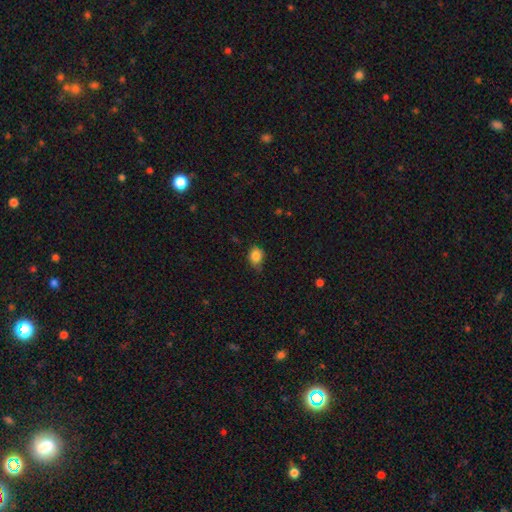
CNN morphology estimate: The model was most divided on "how rounded": round: 50%, in between: 49%, cigar-shaped: 1%. More confident: smooth or featured — smooth (84%); merging — none (59%).